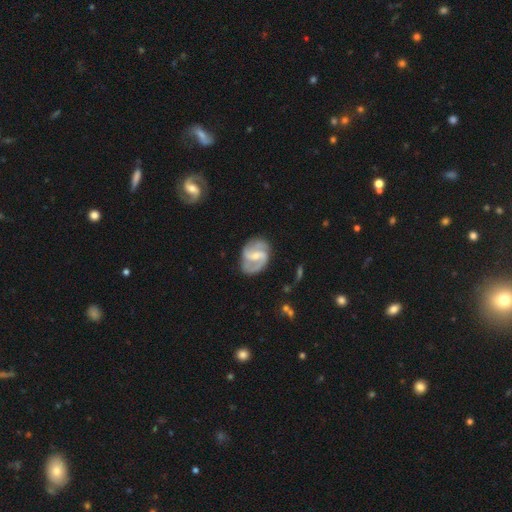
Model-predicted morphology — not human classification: The model was most divided on "bulge size": small: 53%, moderate: 39%, none: 5%, large: 2%, dominant: 1%. More confident: edge-on disk — no (98%); spiral arms — yes (96%); smooth or featured — featured or disk (87%); spiral arm count — 2 (82%); merging — none (75%); spiral winding — medium (52%); bar — weak (52%).